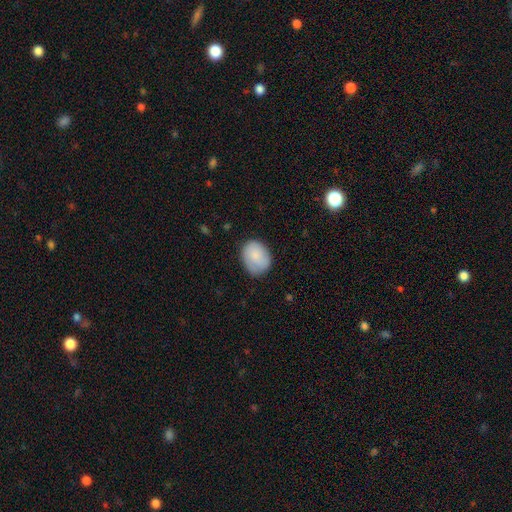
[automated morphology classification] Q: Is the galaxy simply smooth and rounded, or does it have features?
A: smooth — 84%.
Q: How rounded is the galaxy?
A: in between — 59%.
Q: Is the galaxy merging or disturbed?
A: none — 72%.